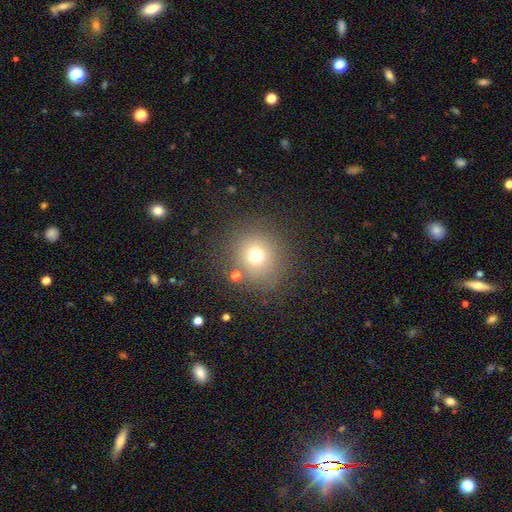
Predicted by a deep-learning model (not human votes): This appears to be a smooth galaxy with no disk features (70%) that is round (89%). Merging: none (81%).